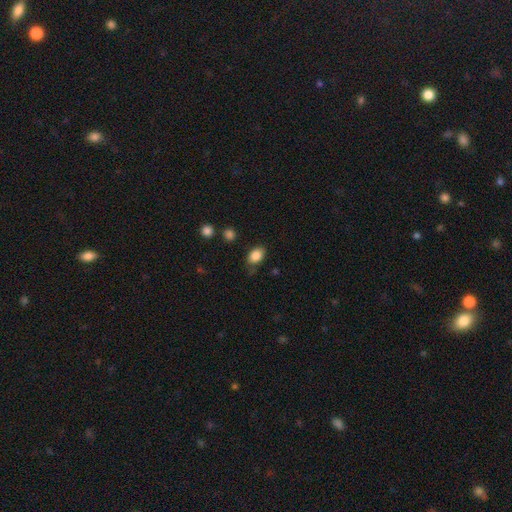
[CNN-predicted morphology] Smooth or featured: smooth — 86% (star or artifact — 8%)
How rounded: in between — 81% (round — 17%)
Merging: none — 73% (minor disturbance — 20%)